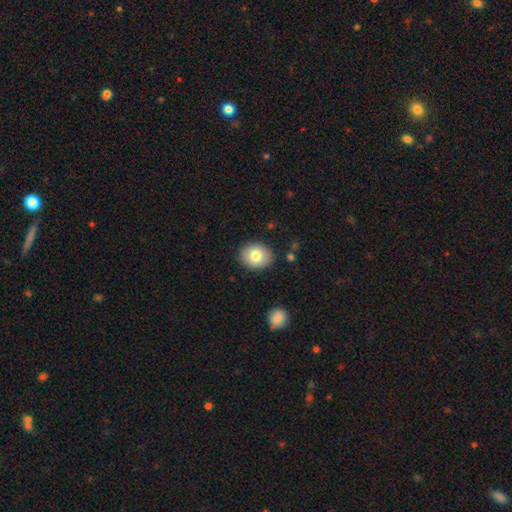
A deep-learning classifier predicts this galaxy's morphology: smooth 79%, featured or disk 12%, star or artifact 8%. Down the decision tree: how rounded — round (55%); merging — none (87%).